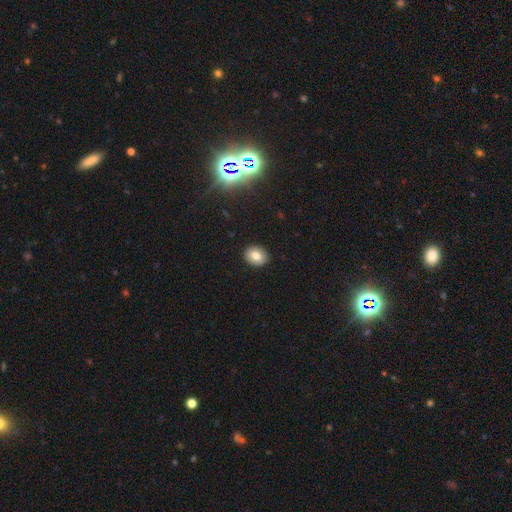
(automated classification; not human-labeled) The model was most divided on "how rounded": round: 53%, in between: 46%, cigar-shaped: 1%. More confident: merging — none (91%); smooth or featured — smooth (80%).